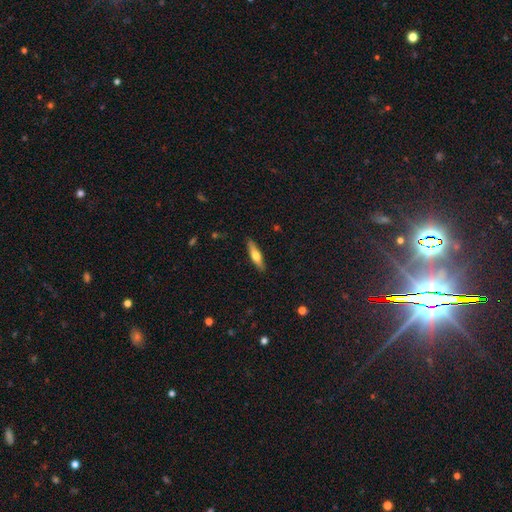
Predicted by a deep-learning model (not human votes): smooth 52%, featured or disk 42%, star or artifact 6%. Down the decision tree: how rounded — cigar-shaped (76%); merging — none (89%).